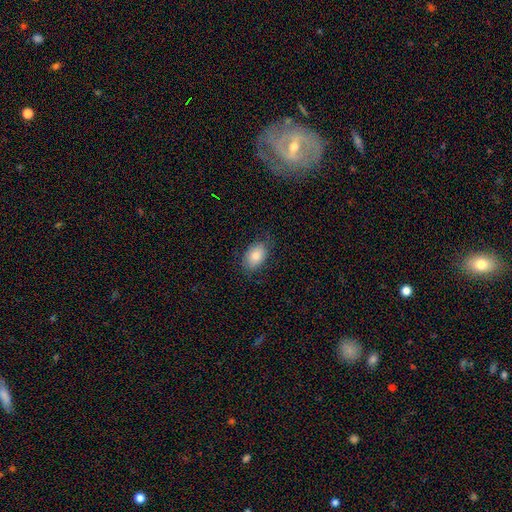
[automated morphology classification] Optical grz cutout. It shows a smooth galaxy with no disk features (82%) that is in between round and cigar-shaped (88%). Merging: none (80%).